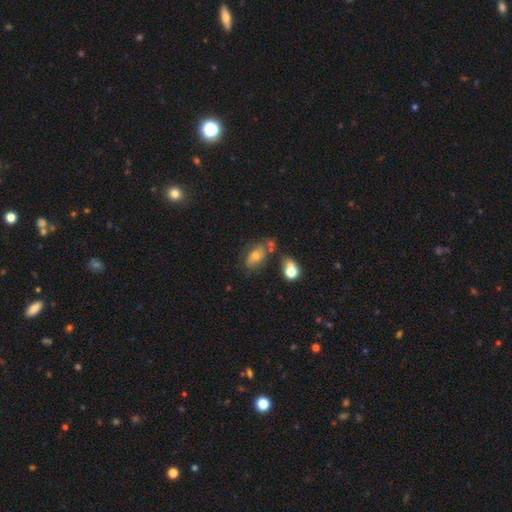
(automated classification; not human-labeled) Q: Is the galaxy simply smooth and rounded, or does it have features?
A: smooth — 55%.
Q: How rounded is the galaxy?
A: in between — 86%.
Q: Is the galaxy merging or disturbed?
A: none — 51%.